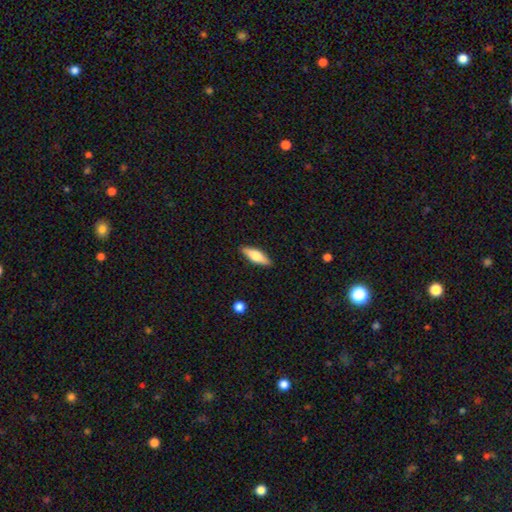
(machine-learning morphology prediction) Smooth or featured?
  - smooth: 60% *
  - featured or disk: 34%
  - star or artifact: 6%
How rounded?
  - cigar-shaped: 50% *
  - in between: 47%
  - round: 2%
Merging?
  - none: 88% *
  - minor disturbance: 9%
  - major disturbance: 2%
  - merger: 1%